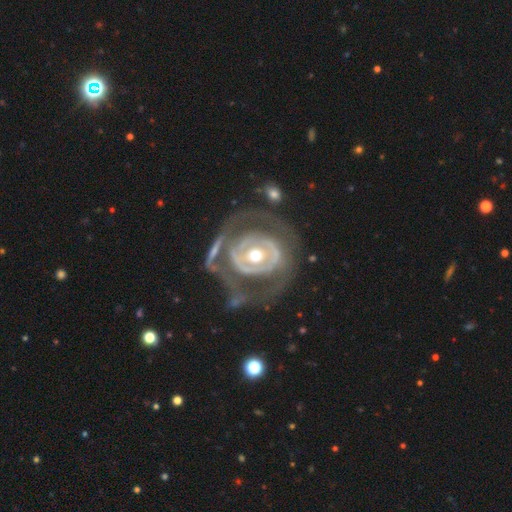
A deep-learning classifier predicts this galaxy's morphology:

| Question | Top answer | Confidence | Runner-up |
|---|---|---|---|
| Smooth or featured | featured or disk | 82% | smooth (13%) |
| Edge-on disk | no | 96% | yes (4%) |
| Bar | no | 67% | weak (20%) |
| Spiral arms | yes | 62% | no (38%) |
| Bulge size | moderate | 59% | small (34%) |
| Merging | none | 44% | major disturbance (29%) |